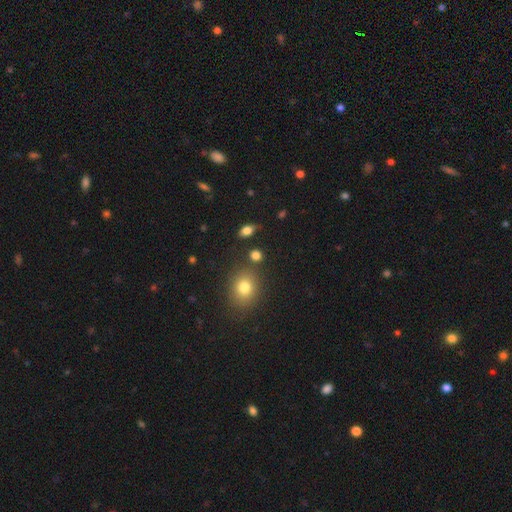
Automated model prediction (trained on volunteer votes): The model was most divided on "how rounded": round: 50%, in between: 47%, cigar-shaped: 3%. More confident: smooth or featured — smooth (79%); merging — none (76%).